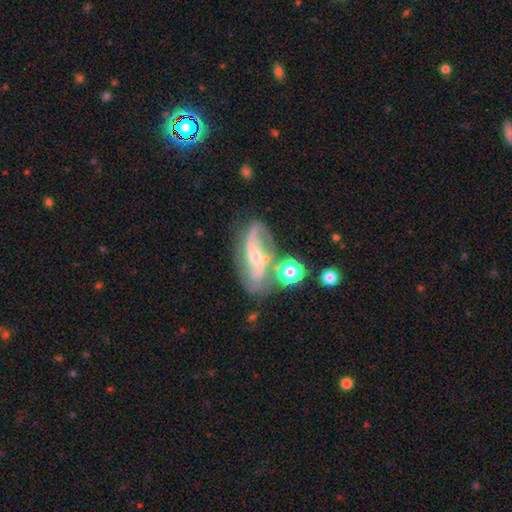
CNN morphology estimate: featured or disk 84%, smooth 9%, star or artifact 7%. Down the decision tree: edge-on disk — no (93%); bar — strong (38%); spiral arms — yes (94%); spiral arm count — 2 (83%); spiral winding — medium (45%); bulge size — small (64%); merging — none (61%).